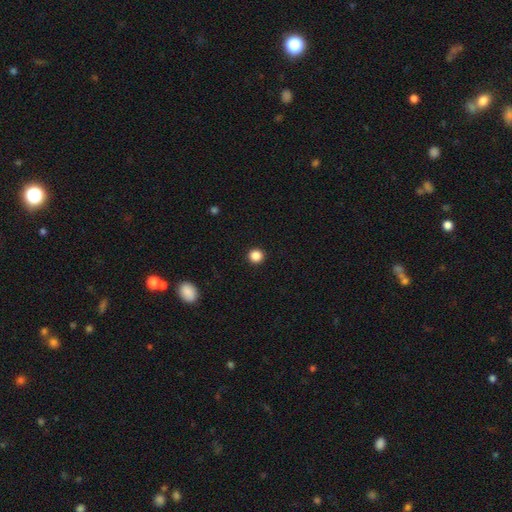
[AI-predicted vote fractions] Smooth or featured? Predicted: smooth (p=0.86). How rounded? Predicted: round (p=0.94). Merging? Predicted: none (p=0.93).